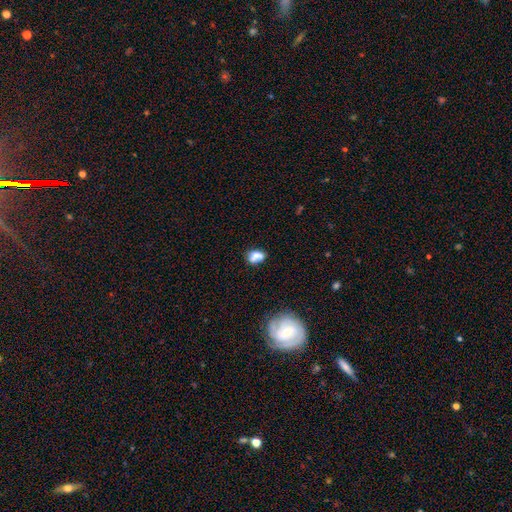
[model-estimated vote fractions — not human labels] The model was most divided on "merging": none: 45%, merger: 29%, minor disturbance: 18%, major disturbance: 8%. More confident: how rounded — in between (69%); smooth or featured — smooth (69%).